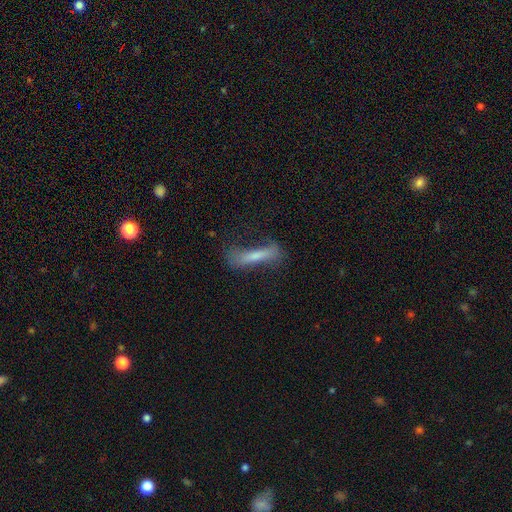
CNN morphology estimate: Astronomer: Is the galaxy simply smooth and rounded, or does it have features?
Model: smooth — 55% (runner-up: featured or disk, 36%).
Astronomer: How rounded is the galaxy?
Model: cigar-shaped — 85%.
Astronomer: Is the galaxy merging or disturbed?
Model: none — 56%.